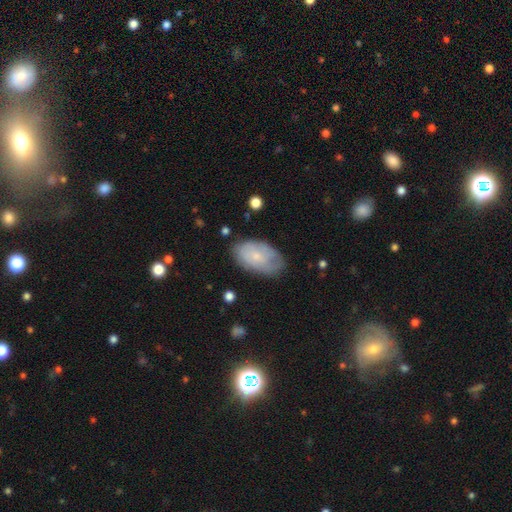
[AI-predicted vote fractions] Smooth or featured? smooth (58%)
How rounded? in between (92%)
Merging? none (66%)